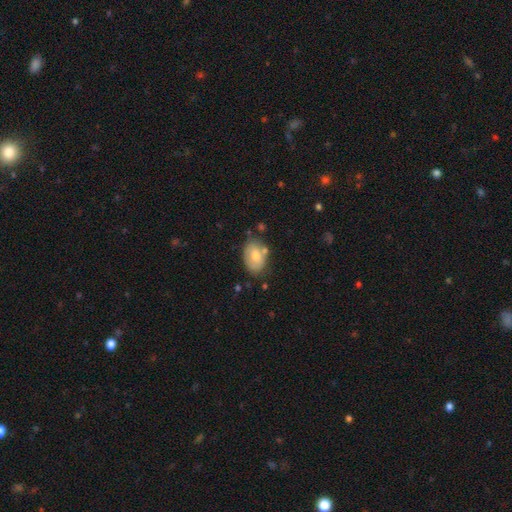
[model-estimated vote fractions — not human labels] smooth-or-featured: smooth: 67% | featured or disk: 25% | star or artifact: 7%
  how-rounded: in between: 84% | round: 14% | cigar-shaped: 1%
  merging: none: 67% | minor disturbance: 20% | merger: 8% | major disturbance: 5%